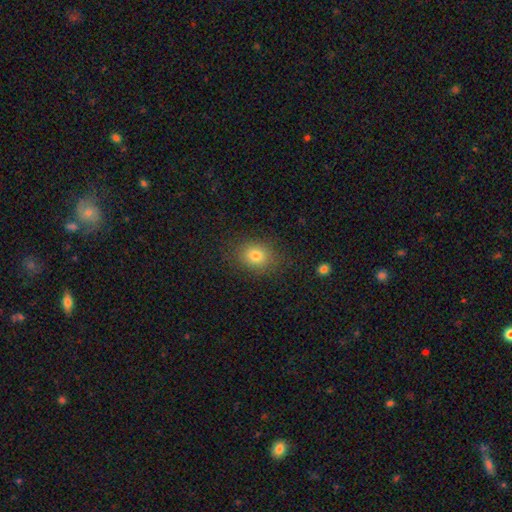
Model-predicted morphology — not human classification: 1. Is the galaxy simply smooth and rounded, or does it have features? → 80% smooth, 12% star or artifact, 8% featured or disk.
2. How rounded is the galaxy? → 57% round, 42% in between, 1% cigar-shaped.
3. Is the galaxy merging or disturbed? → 84% none, 11% minor disturbance, 4% major disturbance, 1% merger.